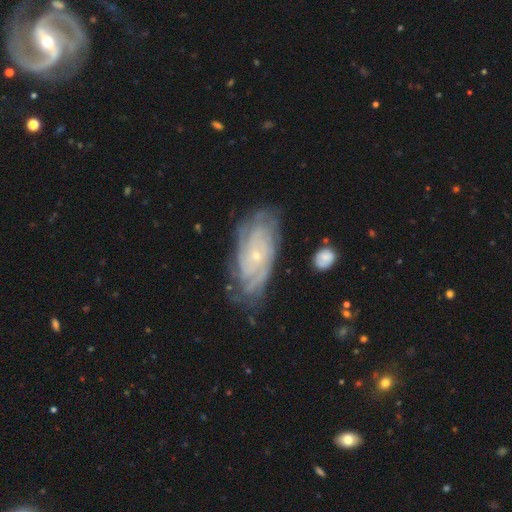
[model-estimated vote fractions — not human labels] A featured or disk galaxy (83%) with no bar (79%), tight (74%) spiral arms (95%) and a small central bulge (83%).

Vote fractions:
- Smooth or featured? featured or disk: 83% / smooth: 11% / star or artifact: 7%
- Edge-on disk? no: 94% / yes: 6%
- Bar? no: 79% / weak: 17% / strong: 4%
- Spiral arms? yes: 95% / no: 5%
- Spiral winding? tight: 74% / medium: 21% / loose: 5%
- Spiral arm count? can't tell: 40% / 4: 20% / 3: 13% / 2: 12% / more than 4: 10% / 1: 5%
- Bulge size? small: 83% / moderate: 14% / none: 2% / large: 1% / dominant: 1%
- Merging? none: 73% / minor disturbance: 18% / major disturbance: 6% / merger: 2%